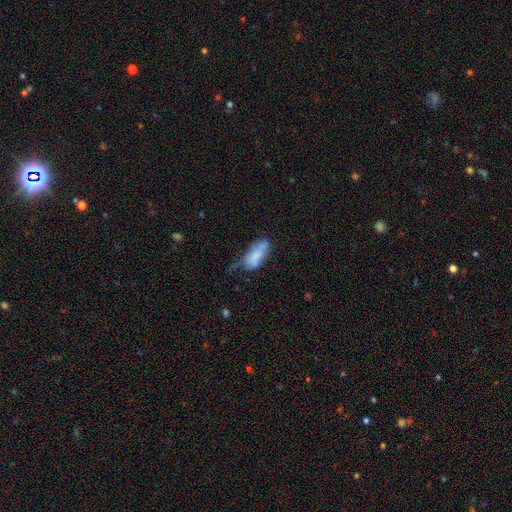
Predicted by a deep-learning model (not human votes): A smooth galaxy with no disk features (76%) that is in between round and cigar-shaped (81%).

Vote fractions:
- Smooth or featured? smooth: 76% / featured or disk: 16% / star or artifact: 8%
- How rounded? in between: 81% / cigar-shaped: 16% / round: 2%
- Merging? minor disturbance: 39% / none: 31% / major disturbance: 21% / merger: 9%